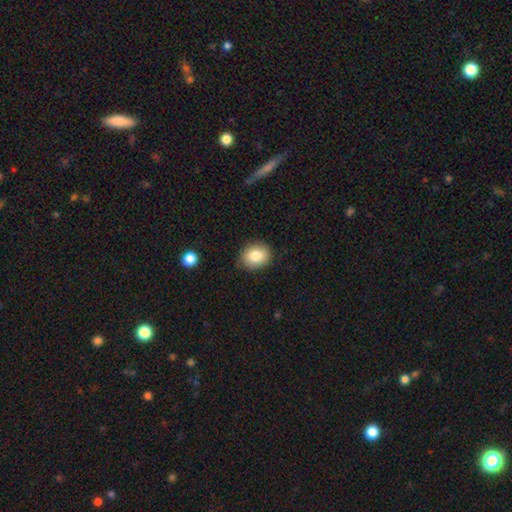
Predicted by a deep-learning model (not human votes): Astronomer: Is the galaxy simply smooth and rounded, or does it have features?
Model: smooth — 82%.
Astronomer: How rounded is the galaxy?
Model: round — 62%.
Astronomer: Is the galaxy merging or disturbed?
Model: none — 86%.